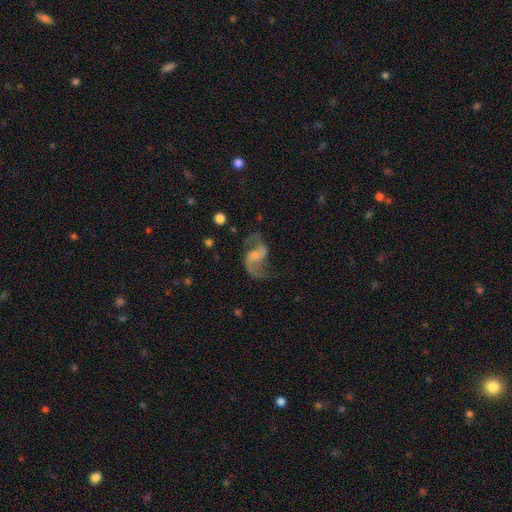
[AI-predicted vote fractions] A featured or disk galaxy (87%) with a weak bar (45%), 2 (92%) loose (71%) spiral arms (96%) and a small central bulge (38%).

Vote fractions:
- Smooth or featured? featured or disk: 87% / smooth: 7% / star or artifact: 6%
- Edge-on disk? no: 98% / yes: 2%
- Bar? weak: 45% / no: 41% / strong: 14%
- Spiral arms? yes: 96% / no: 4%
- Spiral winding? loose: 71% / medium: 25% / tight: 4%
- Spiral arm count? 2: 92% / 1: 4% / can't tell: 2% / 3: 1% / 4: 1% / more than 4: 1%
- Bulge size? small: 38% / none: 31% / moderate: 24% / large: 5% / dominant: 1%
- Merging? none: 65% / minor disturbance: 17% / major disturbance: 15% / merger: 3%